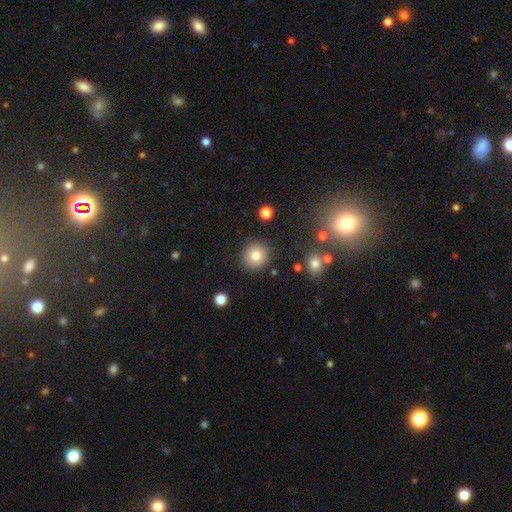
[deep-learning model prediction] Overall: smooth (80%). How rounded: round (91%). Merging: none (89%).